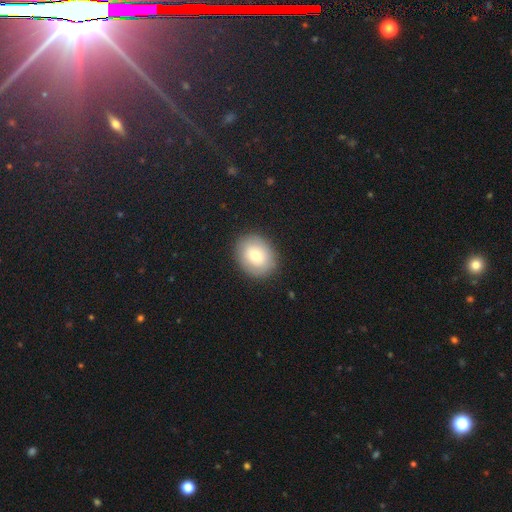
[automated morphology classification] smooth-or-featured: smooth: 71% | featured or disk: 21% | star or artifact: 8%
  how-rounded: round: 57% | in between: 42% | cigar-shaped: 1%
  merging: none: 87% | minor disturbance: 9% | major disturbance: 3% | merger: 1%